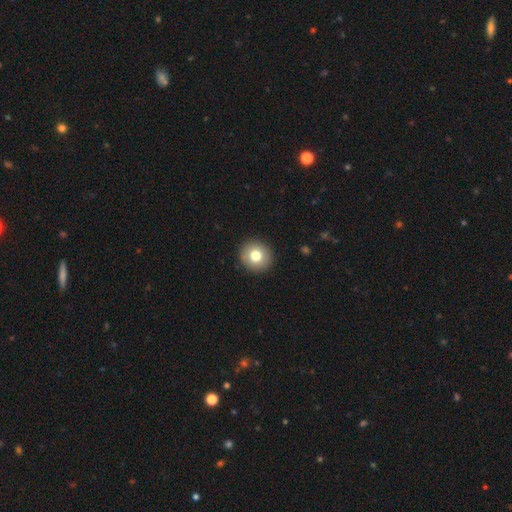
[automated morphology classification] Smooth or featured?
  - smooth: 78% *
  - featured or disk: 13%
  - star or artifact: 9%
How rounded?
  - round: 92% *
  - in between: 7%
  - cigar-shaped: 1%
Merging?
  - none: 93% *
  - minor disturbance: 5%
  - major disturbance: 2%
  - merger: 1%